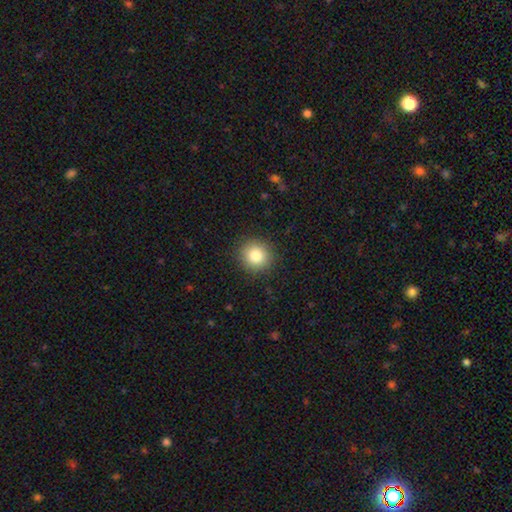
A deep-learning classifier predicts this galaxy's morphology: smooth-or-featured: smooth: 82% | star or artifact: 10% | featured or disk: 7%
  how-rounded: round: 90% | in between: 9% | cigar-shaped: 1%
  merging: none: 90% | minor disturbance: 7% | major disturbance: 2% | merger: 1%